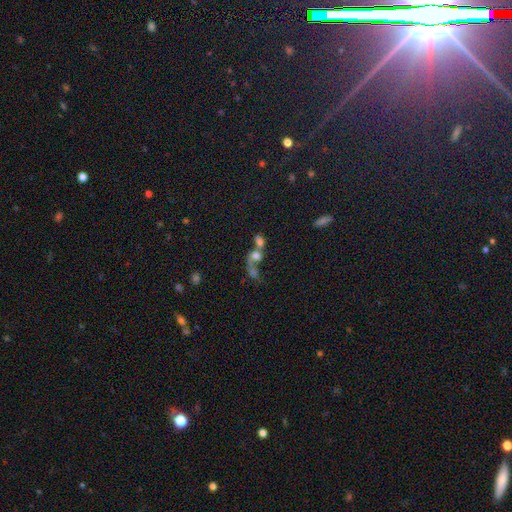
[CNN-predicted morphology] Smooth or featured? Predicted: smooth (p=0.53). How rounded? Predicted: round (p=0.52). Merging? Predicted: merger (p=0.72).